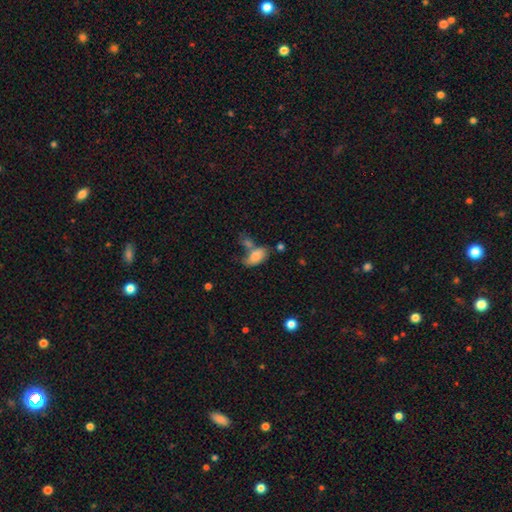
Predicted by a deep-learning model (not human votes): Morphology: type=smooth (78%); roundness=in between (91%); merging=none (37%).